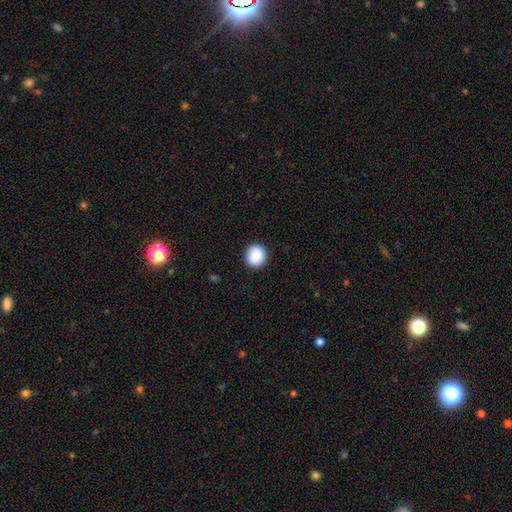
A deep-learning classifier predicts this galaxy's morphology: The model was most divided on "how rounded": round: 87%, in between: 12%, cigar-shaped: 1%. More confident: merging — none (91%); smooth or featured — smooth (87%).